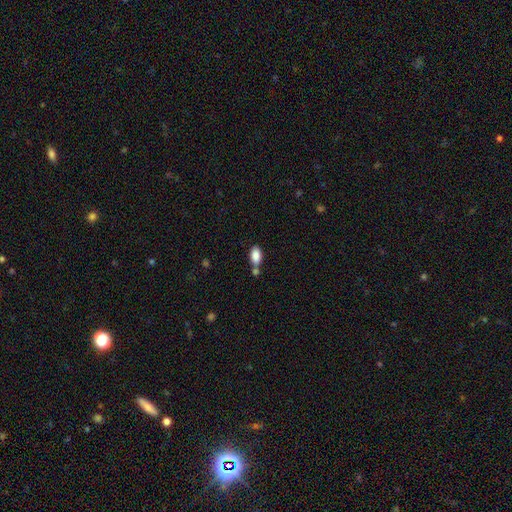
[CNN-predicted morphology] Smooth or featured? Predicted: smooth (p=0.86). How rounded? Predicted: in between (p=0.92). Merging? Predicted: none (p=0.57).